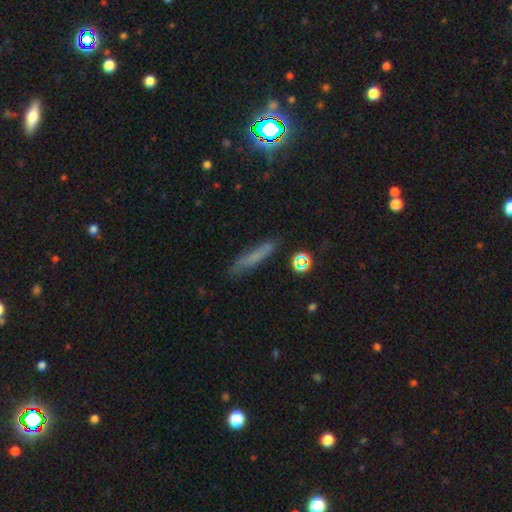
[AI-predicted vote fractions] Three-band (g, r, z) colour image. It shows a smooth galaxy with no disk features (62%) that is cigar-shaped (88%). Merging: none (76%).